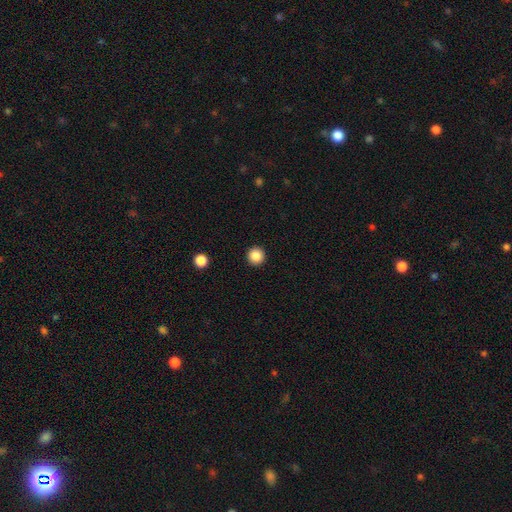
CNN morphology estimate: smooth 86%, star or artifact 10%, featured or disk 4%. Down the decision tree: how rounded — round (96%); merging — none (94%).